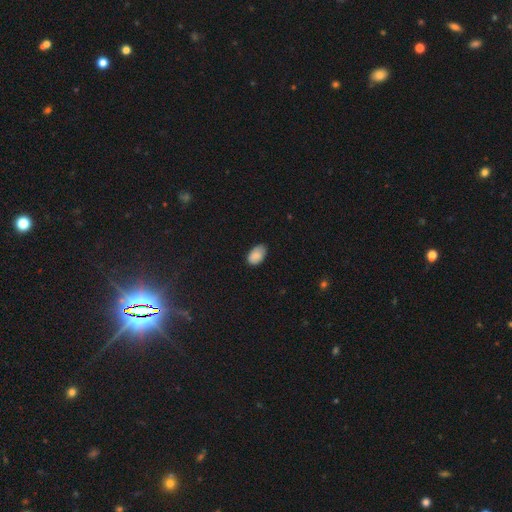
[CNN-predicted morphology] The model was most divided on "merging": none: 67%, minor disturbance: 28%, major disturbance: 4%, merger: 1%. More confident: how rounded — in between (91%); smooth or featured — smooth (86%).